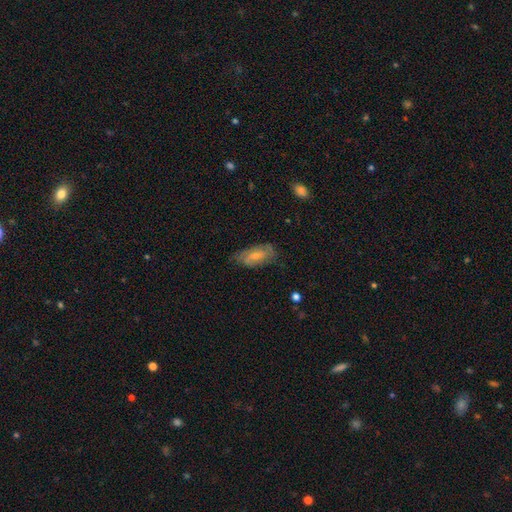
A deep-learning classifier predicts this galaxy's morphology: type=smooth (51%); roundness=in between (86%); merging=none (67%).